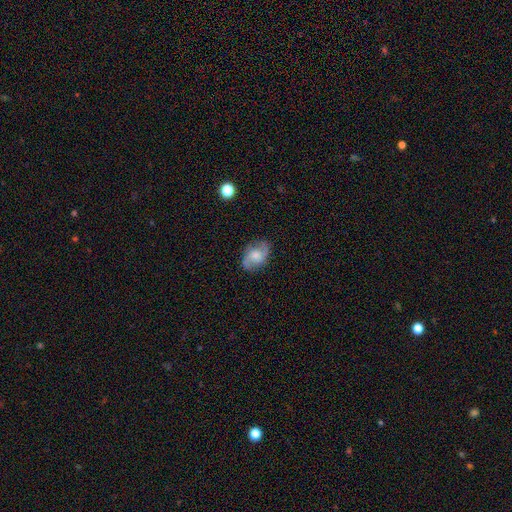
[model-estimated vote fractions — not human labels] This appears to be a featured or disk galaxy (58%) with no bar (62%), spiral arms (88%) and a moderate central bulge (47%). Merging: none (78%).